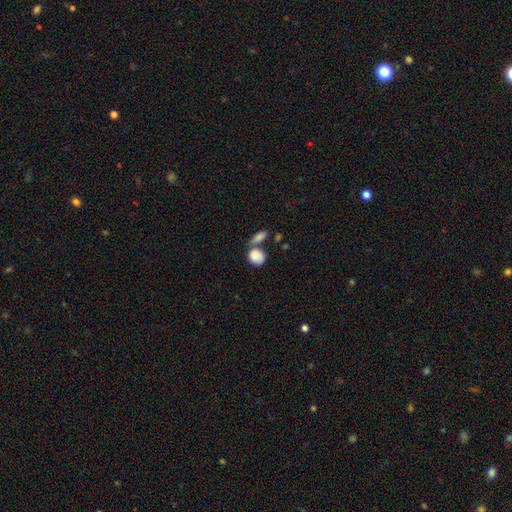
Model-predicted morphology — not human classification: Smooth or featured: smooth — 84% (featured or disk — 9%)
How rounded: in between — 50% (round — 48%)
Merging: merger — 41% (none — 40%)